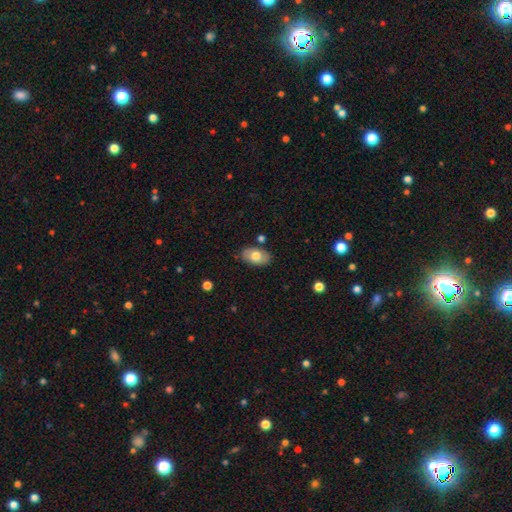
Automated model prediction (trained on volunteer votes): Smooth or featured? smooth (64%)
How rounded? in between (92%)
Merging? none (81%)